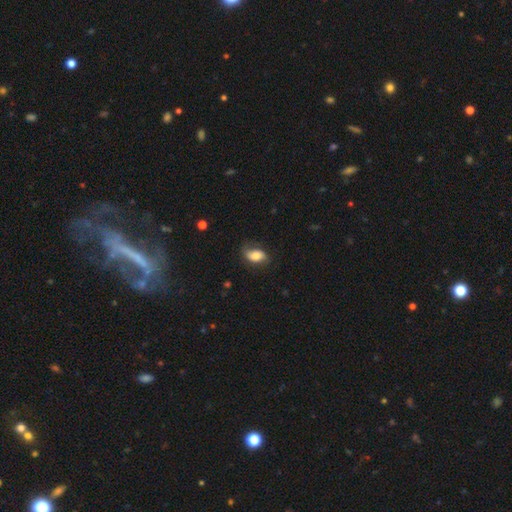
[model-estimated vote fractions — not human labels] smooth_or_featured: smooth (p=0.66) [alt: featured or disk p=0.26]
how_rounded: in between (p=0.87) [alt: round p=0.11]
merging: none (p=0.66) [alt: minor disturbance p=0.23]